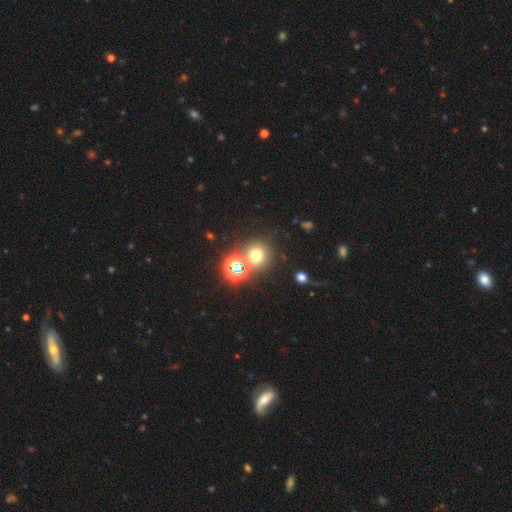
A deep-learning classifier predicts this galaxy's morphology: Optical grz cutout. It shows a smooth galaxy with no disk features (61%) that is round (88%). Merging: none (70%).